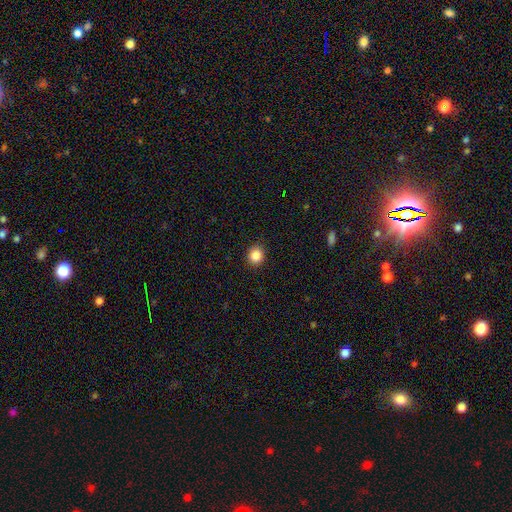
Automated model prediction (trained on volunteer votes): Q: Smooth or featured?
A: smooth (86%); runner-up: star or artifact (10%)
Q: How rounded?
A: round (80%); runner-up: in between (19%)
Q: Merging?
A: none (91%); runner-up: minor disturbance (6%)